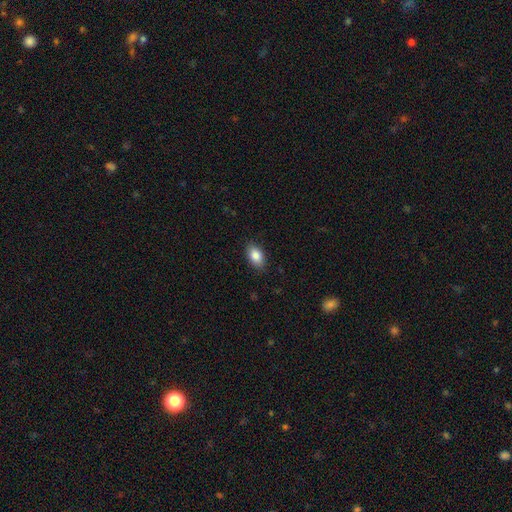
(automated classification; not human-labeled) Smooth or featured? Predicted: smooth (p=0.86). How rounded? Predicted: in between (p=0.90). Merging? Predicted: none (p=0.88).